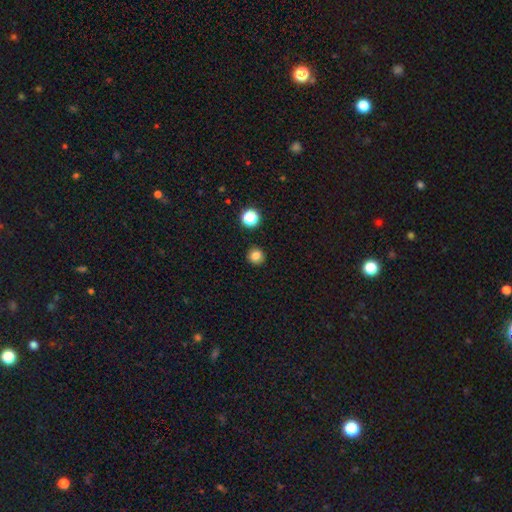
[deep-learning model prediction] Overall: smooth (82%). How rounded: round (93%). Merging: none (91%).